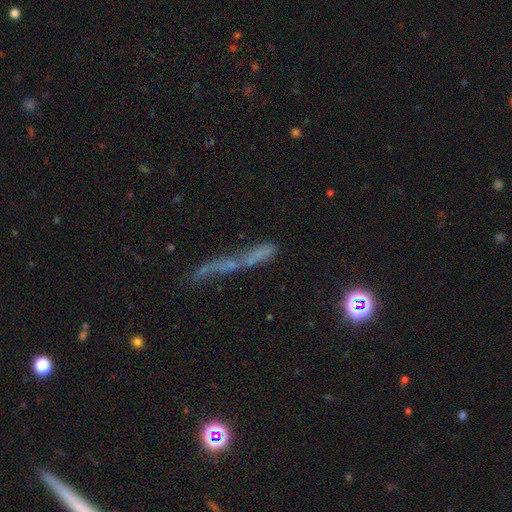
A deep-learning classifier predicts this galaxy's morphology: Smooth or featured? featured or disk (39%)
Merging? none (32%)